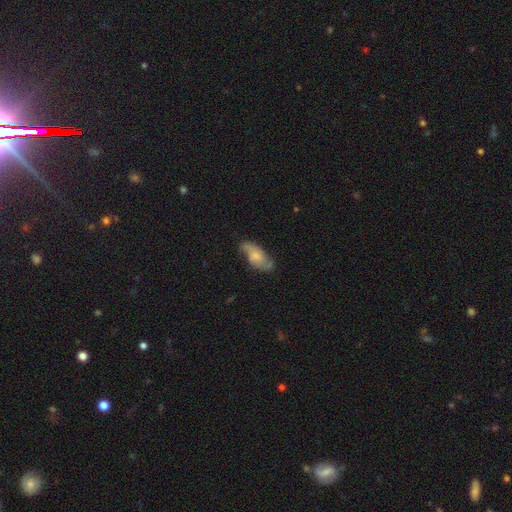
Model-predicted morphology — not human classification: This appears to be a featured or disk galaxy (59%) with no bar (62%), spiral arms (88%) and a small central bulge (44%). Merging: none (66%).